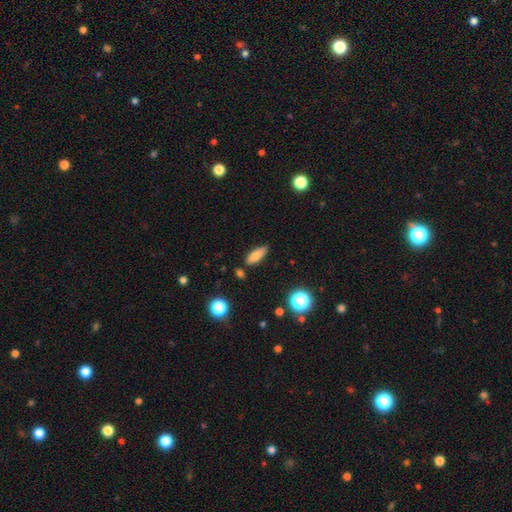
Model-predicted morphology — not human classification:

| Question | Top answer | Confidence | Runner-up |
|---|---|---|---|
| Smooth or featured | smooth | 75% | featured or disk (16%) |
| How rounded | in between | 68% | cigar-shaped (28%) |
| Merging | none | 79% | minor disturbance (15%) |